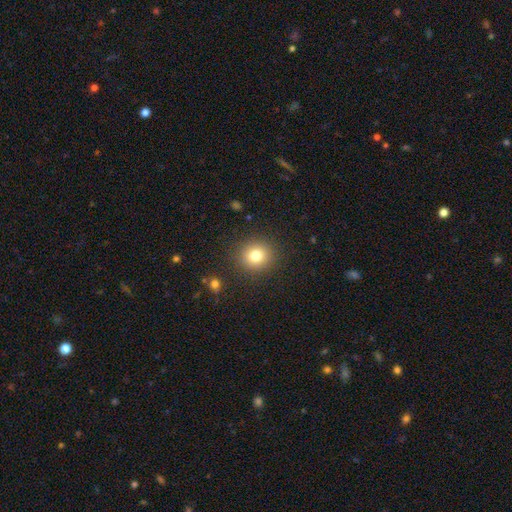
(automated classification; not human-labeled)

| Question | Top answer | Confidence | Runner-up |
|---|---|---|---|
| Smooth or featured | smooth | 79% | star or artifact (13%) |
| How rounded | round | 88% | in between (11%) |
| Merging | none | 89% | minor disturbance (7%) |